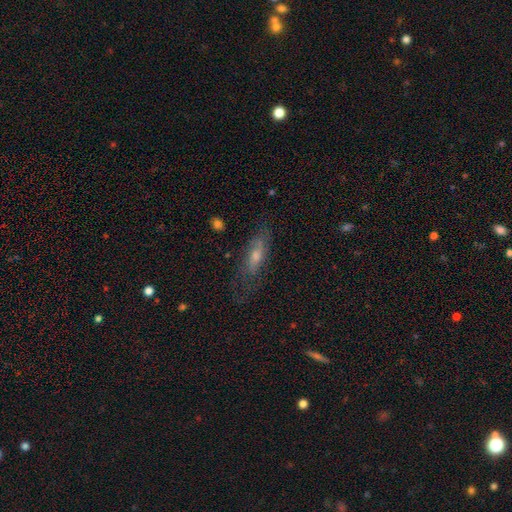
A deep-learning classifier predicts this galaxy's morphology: A featured or disk galaxy (50%).

Vote fractions:
- Smooth or featured? featured or disk: 50% / smooth: 39% / star or artifact: 11%
- Edge-on disk? no: 61% / yes: 39%
- Merging? none: 66% / minor disturbance: 22% / major disturbance: 11% / merger: 2%